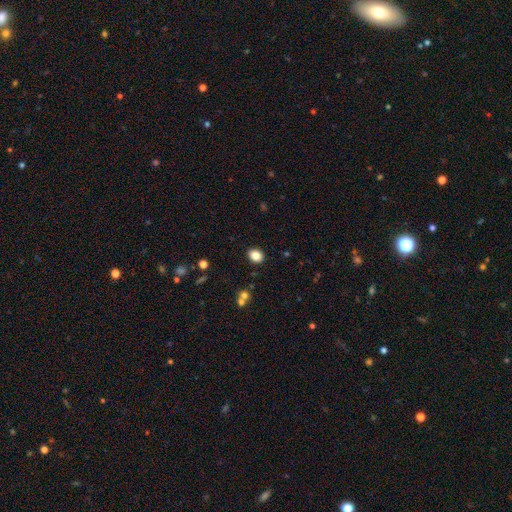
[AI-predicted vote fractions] A smooth galaxy with no disk features (85%) that is in between round and cigar-shaped (50%).

Vote fractions:
- Smooth or featured? smooth: 85% / star or artifact: 10% / featured or disk: 5%
- How rounded? in between: 50% / round: 49% / cigar-shaped: 1%
- Merging? none: 89% / minor disturbance: 7% / major disturbance: 2% / merger: 2%